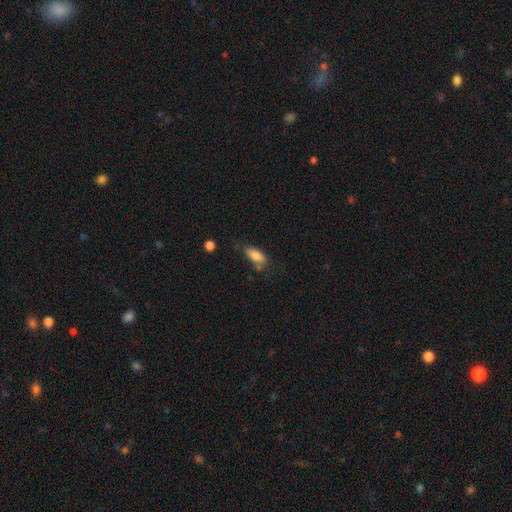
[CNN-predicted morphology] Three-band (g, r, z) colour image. It shows a smooth galaxy with no disk features (82%) that is in between round and cigar-shaped (82%). Merging: none (57%).